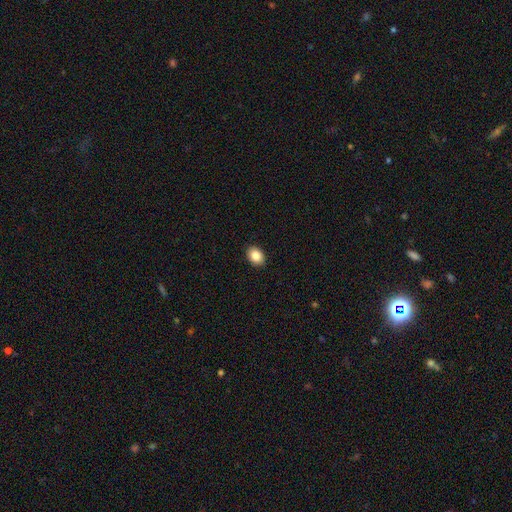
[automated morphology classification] Overall: smooth (86%). How rounded: in between (70%). Merging: none (91%).